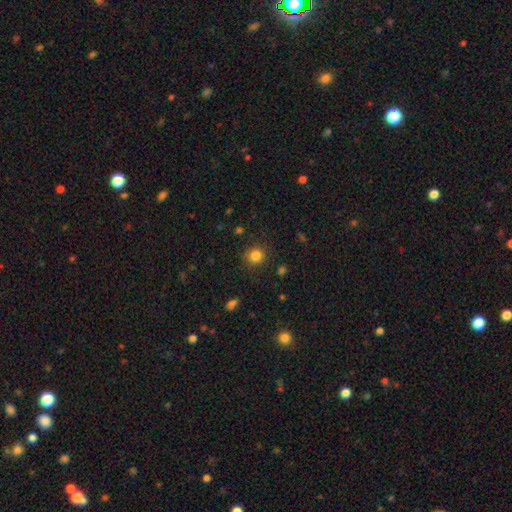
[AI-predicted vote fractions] Smooth or featured?
  - smooth: 83% *
  - star or artifact: 13%
  - featured or disk: 5%
How rounded?
  - round: 92% *
  - in between: 7%
  - cigar-shaped: 1%
Merging?
  - none: 87% *
  - minor disturbance: 9%
  - major disturbance: 3%
  - merger: 1%